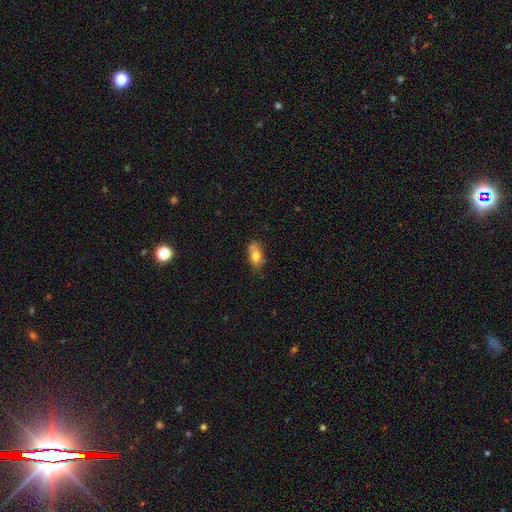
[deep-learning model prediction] smooth_or_featured: smooth (p=0.74) [alt: featured or disk p=0.18]
how_rounded: in between (p=0.82) [alt: cigar-shaped p=0.12]
merging: none (p=0.64) [alt: minor disturbance p=0.26]